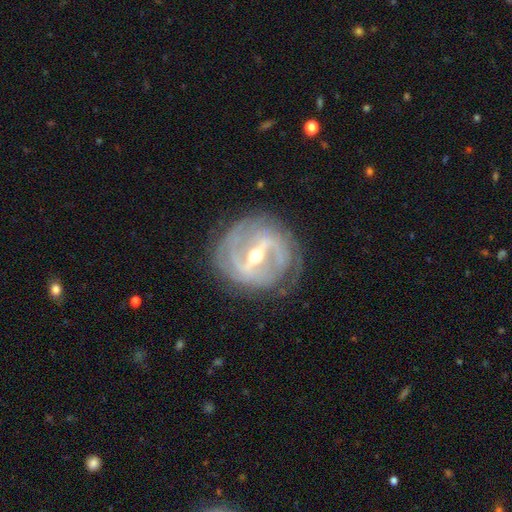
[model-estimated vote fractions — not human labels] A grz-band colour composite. It shows a featured or disk galaxy (89%) with a strong bar (71%), 2 (37%) tight (57%) spiral arms (90%) and a moderate central bulge (59%). Merging: none (77%).